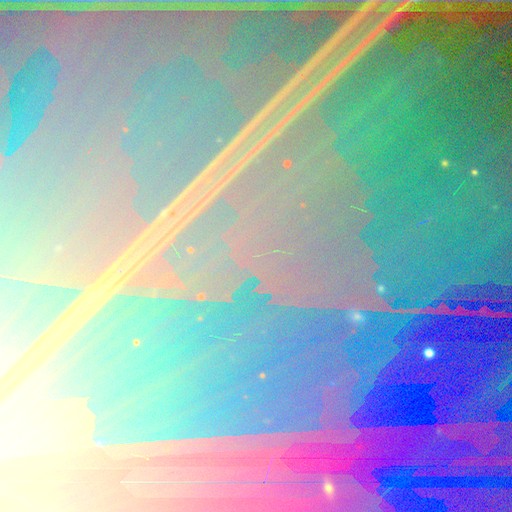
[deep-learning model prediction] This appears to be a star or artifact, not a galaxy (89%).